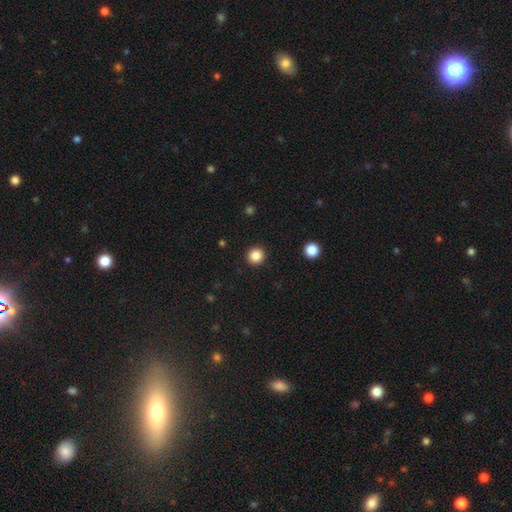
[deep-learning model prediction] Morphology: type=smooth (85%); roundness=round (94%); merging=none (92%).